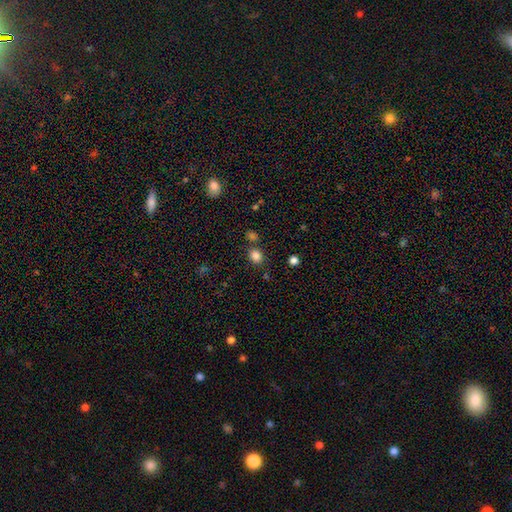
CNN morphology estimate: Smooth or featured: smooth — 83% (star or artifact — 12%)
How rounded: round — 58% (in between — 41%)
Merging: none — 77% (minor disturbance — 10%)